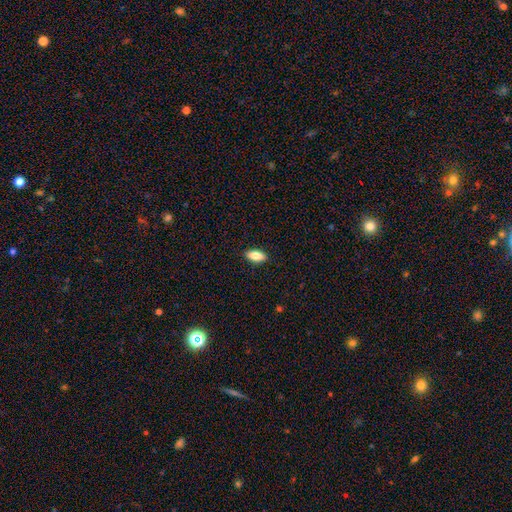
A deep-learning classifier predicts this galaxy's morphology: Q: Smooth or featured?
A: smooth (82%); runner-up: featured or disk (11%)
Q: How rounded?
A: in between (89%); runner-up: cigar-shaped (8%)
Q: Merging?
A: none (90%); runner-up: minor disturbance (8%)